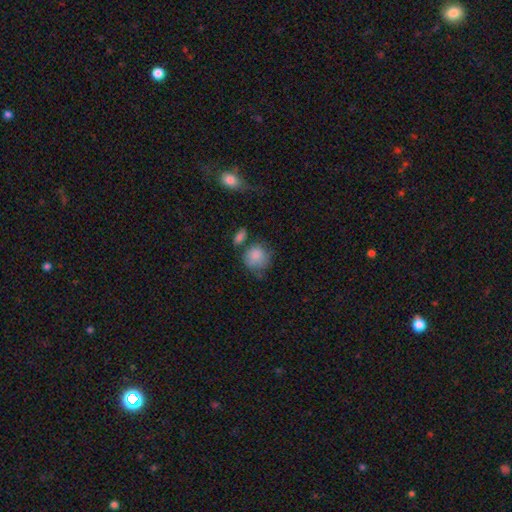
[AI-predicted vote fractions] This appears to be a smooth galaxy with no disk features (82%) that is round (73%). Merging: none (47%).